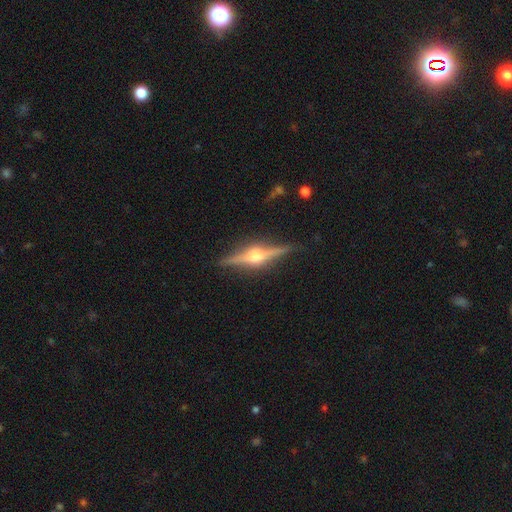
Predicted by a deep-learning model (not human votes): This appears to be a featured or disk galaxy (83%) viewed edge-on (98%) with a rounded central bulge (93%). Merging: none (88%).